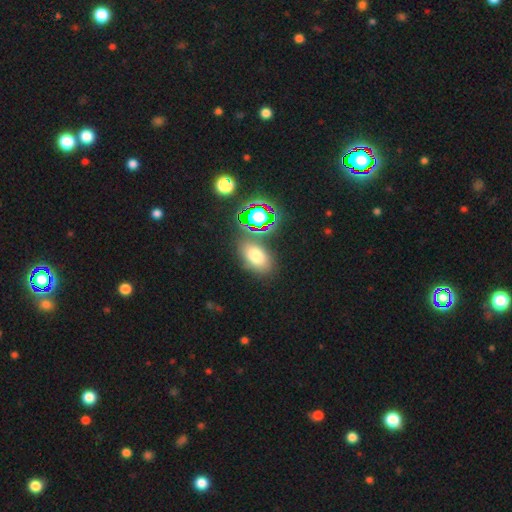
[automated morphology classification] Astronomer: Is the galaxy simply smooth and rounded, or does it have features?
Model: smooth — 64%.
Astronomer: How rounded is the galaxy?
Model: in between — 83%.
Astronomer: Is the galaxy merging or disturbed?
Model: none — 77%.